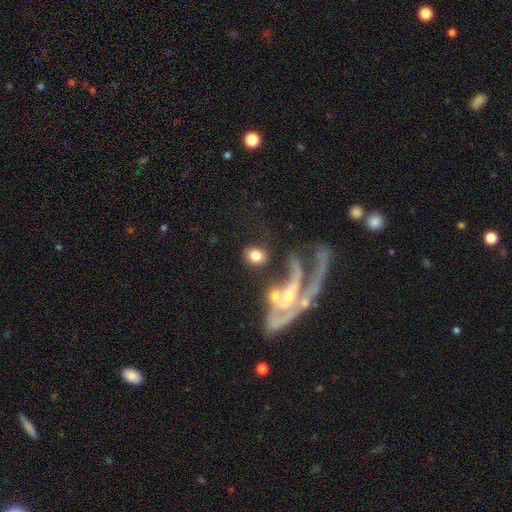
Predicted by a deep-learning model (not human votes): A smooth galaxy with no disk features (75%) that is round (56%). Merging: none (63%).